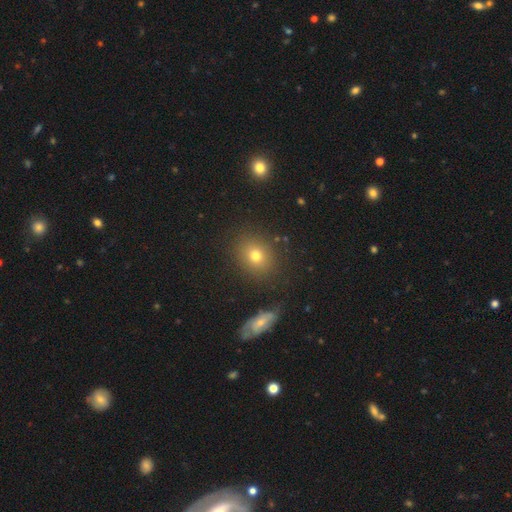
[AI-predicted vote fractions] Smooth or featured?
  - smooth: 72% *
  - star or artifact: 15%
  - featured or disk: 13%
How rounded?
  - round: 69% *
  - in between: 30%
  - cigar-shaped: 1%
Merging?
  - none: 83% *
  - minor disturbance: 10%
  - merger: 4%
  - major disturbance: 3%